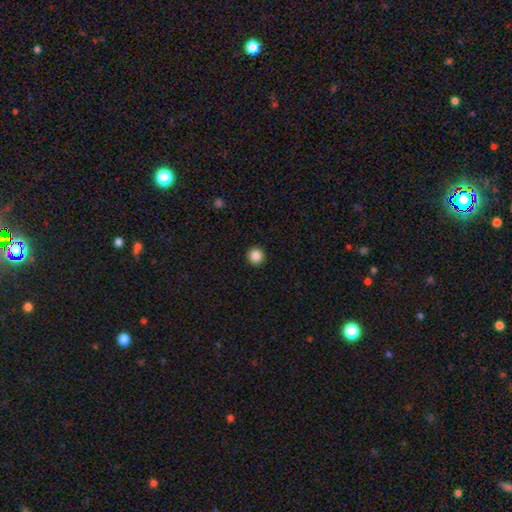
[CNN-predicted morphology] Smooth or featured? Predicted: smooth (p=0.87). How rounded? Predicted: round (p=0.92). Merging? Predicted: none (p=0.93).